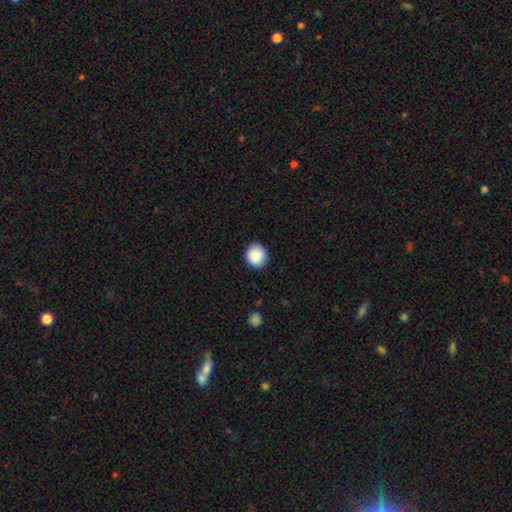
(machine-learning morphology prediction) Smooth or featured?
  - smooth: 89% *
  - star or artifact: 7%
  - featured or disk: 3%
How rounded?
  - round: 84% *
  - in between: 15%
  - cigar-shaped: 1%
Merging?
  - none: 91% *
  - minor disturbance: 6%
  - major disturbance: 2%
  - merger: 1%